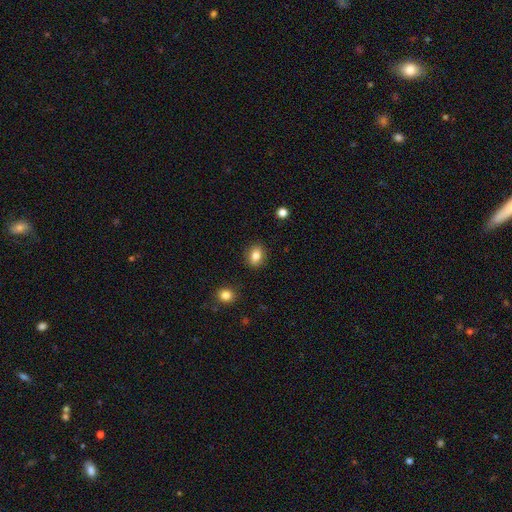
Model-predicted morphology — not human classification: smooth-or-featured: smooth: 83% | star or artifact: 9% | featured or disk: 8%
  how-rounded: in between: 60% | round: 39% | cigar-shaped: 1%
  merging: none: 88% | minor disturbance: 9% | major disturbance: 2% | merger: 1%